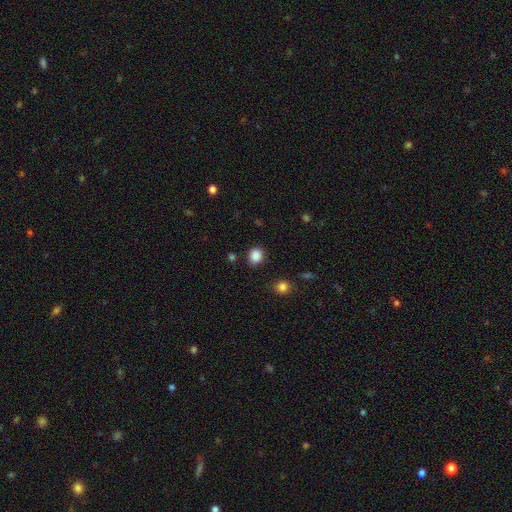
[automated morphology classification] The model was most divided on "how rounded": round: 72%, in between: 28%, cigar-shaped: 1%. More confident: smooth or featured — smooth (87%); merging — none (87%).